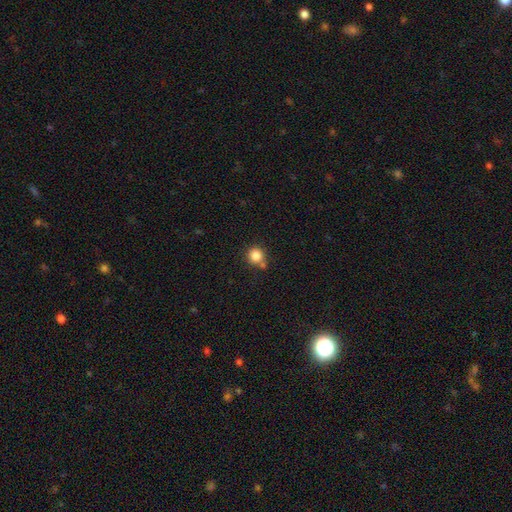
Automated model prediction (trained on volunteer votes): Smooth or featured?
  - smooth: 84% *
  - star or artifact: 11%
  - featured or disk: 5%
How rounded?
  - round: 93% *
  - in between: 6%
  - cigar-shaped: 1%
Merging?
  - none: 69% *
  - merger: 17%
  - minor disturbance: 10%
  - major disturbance: 3%